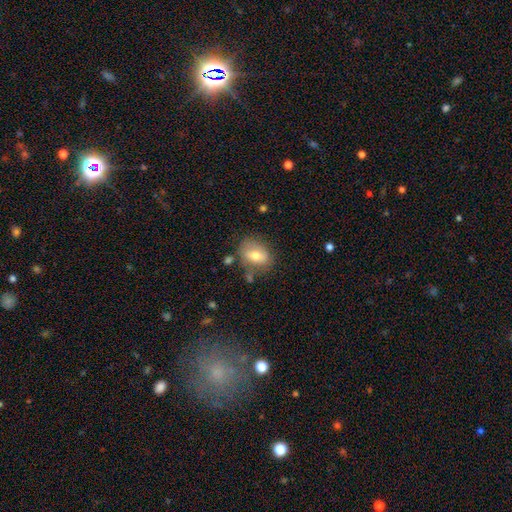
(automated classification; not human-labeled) Smooth or featured: smooth — 65% (featured or disk — 27%)
How rounded: in between — 68% (round — 31%)
Merging: none — 66% (minor disturbance — 21%)